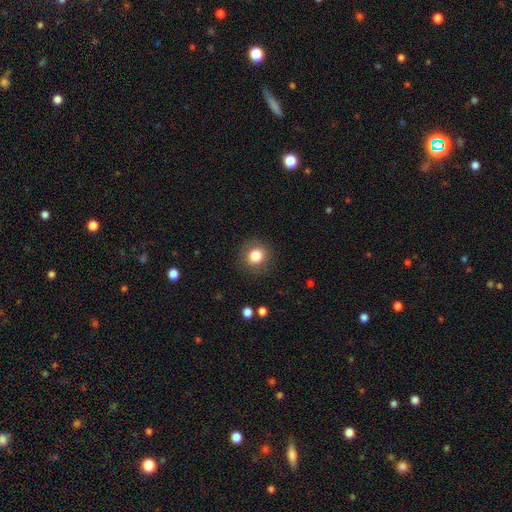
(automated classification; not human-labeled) Smooth or featured?
  - smooth: 81% *
  - star or artifact: 11%
  - featured or disk: 8%
How rounded?
  - round: 88% *
  - in between: 11%
  - cigar-shaped: 1%
Merging?
  - none: 87% *
  - minor disturbance: 8%
  - major disturbance: 3%
  - merger: 1%